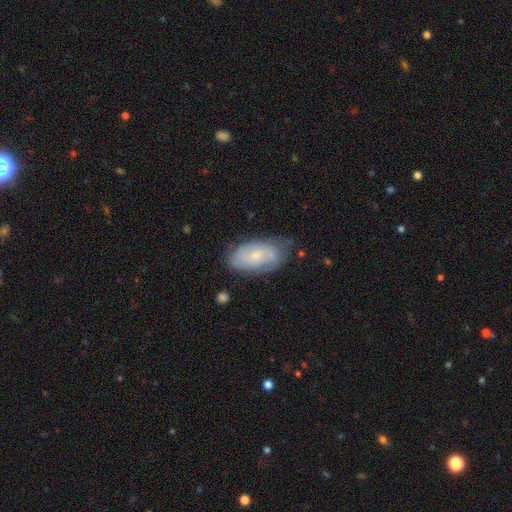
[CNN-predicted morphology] This appears to be a featured or disk galaxy (50%). Merging: none (66%).